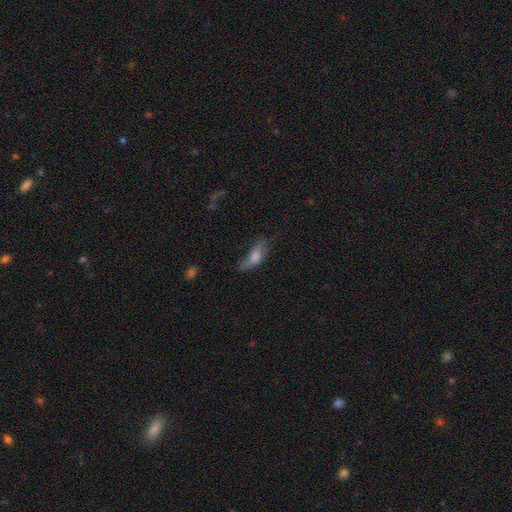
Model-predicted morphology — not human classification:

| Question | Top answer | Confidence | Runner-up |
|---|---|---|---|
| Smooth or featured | smooth | 68% | featured or disk (23%) |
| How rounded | in between | 73% | cigar-shaped (24%) |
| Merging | none | 40% | minor disturbance (32%) |